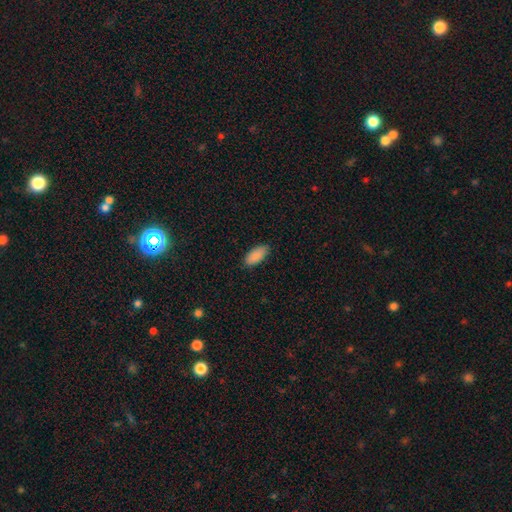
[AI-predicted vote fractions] Smooth or featured?
  - smooth: 90% *
  - star or artifact: 6%
  - featured or disk: 4%
How rounded?
  - in between: 88% *
  - cigar-shaped: 10%
  - round: 2%
Merging?
  - none: 85% *
  - minor disturbance: 12%
  - major disturbance: 2%
  - merger: 1%